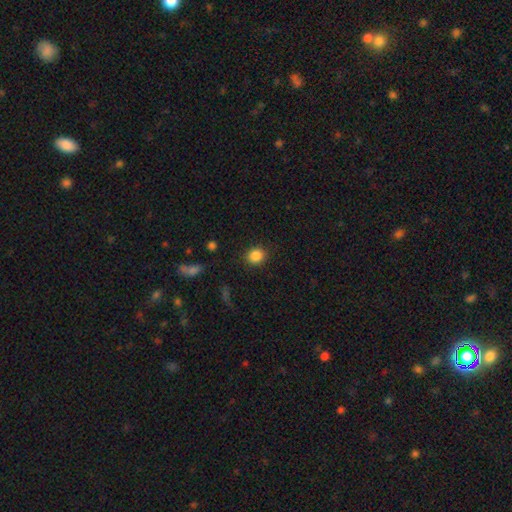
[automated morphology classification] smooth-or-featured: smooth: 86% | star or artifact: 10% | featured or disk: 4%
  how-rounded: round: 78% | in between: 21% | cigar-shaped: 1%
  merging: none: 89% | minor disturbance: 7% | major disturbance: 3% | merger: 1%